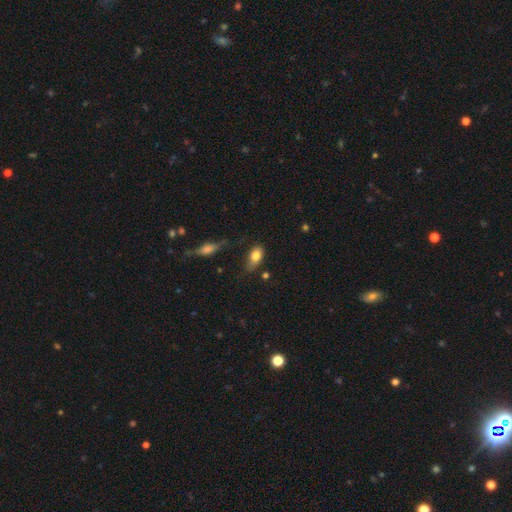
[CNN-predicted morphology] The model was most divided on "merging": none: 55%, minor disturbance: 31%, major disturbance: 9%, merger: 5%. More confident: how rounded — in between (86%); smooth or featured — smooth (79%).